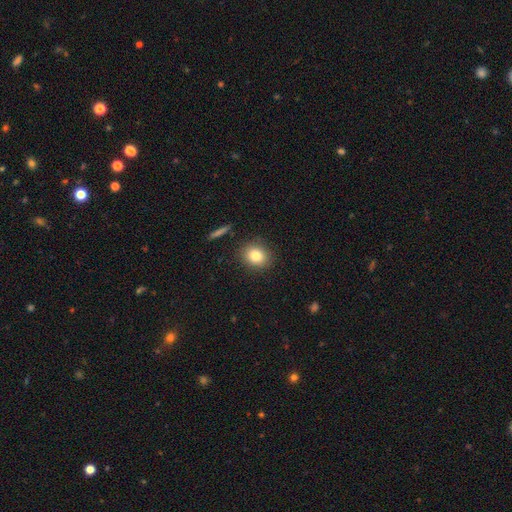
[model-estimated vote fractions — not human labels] Smooth or featured?
  - smooth: 81% *
  - star or artifact: 10%
  - featured or disk: 8%
How rounded?
  - round: 69% *
  - in between: 29%
  - cigar-shaped: 1%
Merging?
  - none: 88% *
  - minor disturbance: 8%
  - major disturbance: 2%
  - merger: 2%